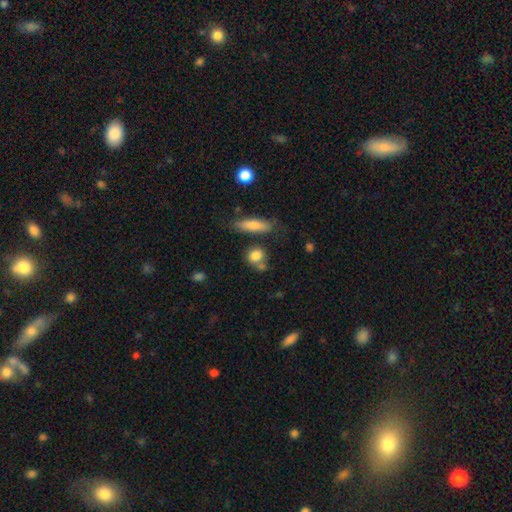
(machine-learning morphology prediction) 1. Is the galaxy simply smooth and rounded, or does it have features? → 81% smooth, 10% star or artifact, 9% featured or disk.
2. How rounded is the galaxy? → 64% round, 30% in between, 6% cigar-shaped.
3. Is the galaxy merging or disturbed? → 58% none, 22% merger, 15% minor disturbance, 6% major disturbance.